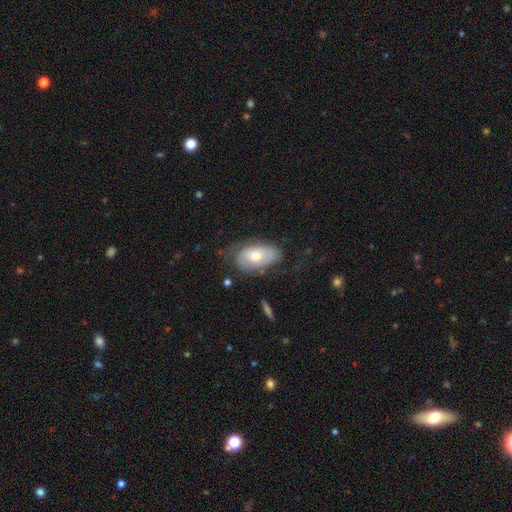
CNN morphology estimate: type=smooth (50%); merging=none (58%).